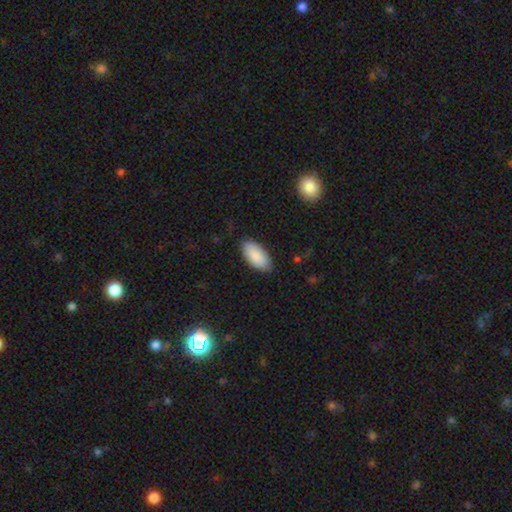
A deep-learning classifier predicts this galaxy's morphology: smooth_or_featured: smooth (p=0.90) [alt: star or artifact p=0.06]
how_rounded: in between (p=0.94) [alt: cigar-shaped p=0.04]
merging: none (p=0.84) [alt: minor disturbance p=0.13]